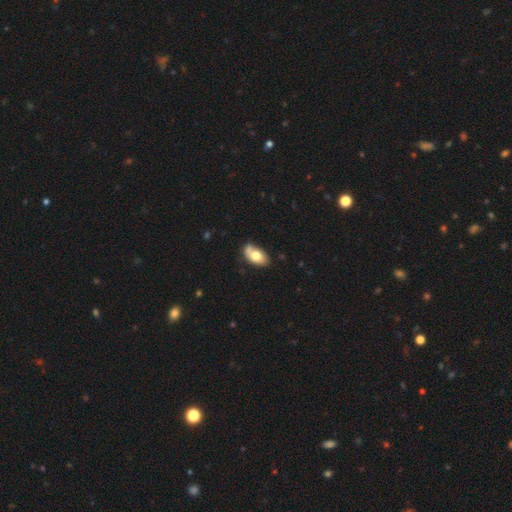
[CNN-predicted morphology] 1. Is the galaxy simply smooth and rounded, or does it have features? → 70% smooth, 23% featured or disk, 7% star or artifact.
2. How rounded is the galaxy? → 91% in between, 7% round, 2% cigar-shaped.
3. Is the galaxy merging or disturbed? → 54% none, 27% minor disturbance, 11% merger, 8% major disturbance.